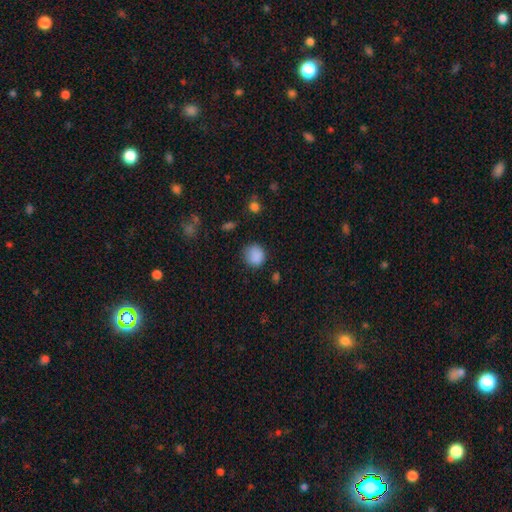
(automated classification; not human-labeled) Smooth or featured: smooth — 87% (star or artifact — 10%)
How rounded: round — 84% (in between — 15%)
Merging: none — 78% (minor disturbance — 16%)